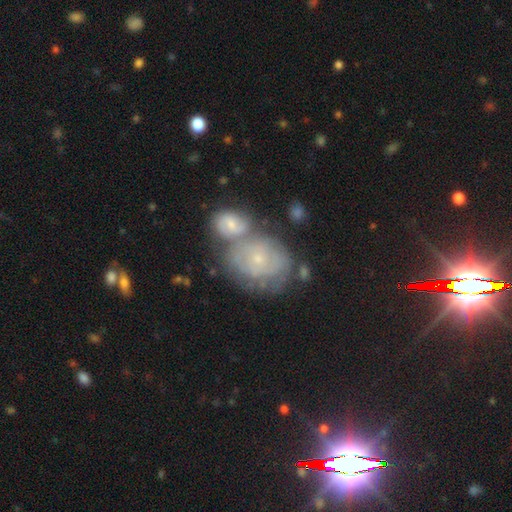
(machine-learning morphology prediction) The model was most divided on "merging": none: 43%, merger: 40%, minor disturbance: 11%, major disturbance: 5%. More confident: edge-on disk — no (95%); spiral arms — yes (85%); bulge size — small (78%); bar — no (66%); smooth or featured — featured or disk (57%).